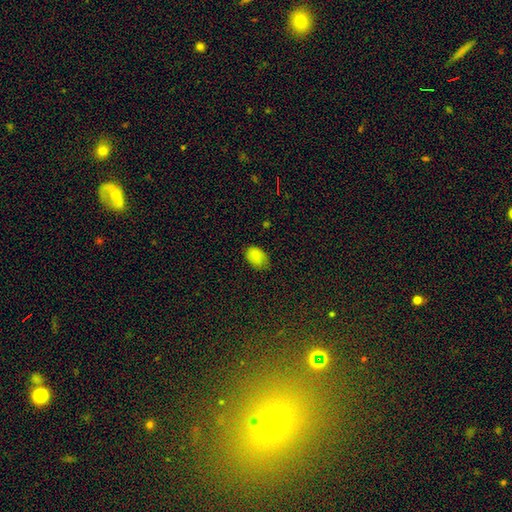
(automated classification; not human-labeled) A smooth galaxy with no disk features (85%) that is in between round and cigar-shaped (85%). Merging: none (73%).